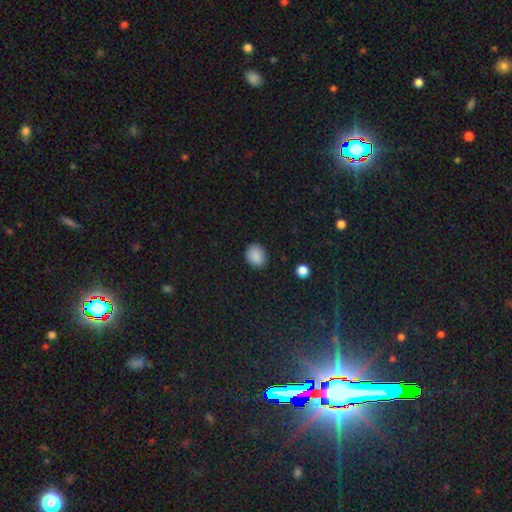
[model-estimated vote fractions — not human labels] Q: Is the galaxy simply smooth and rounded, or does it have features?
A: smooth — 88%.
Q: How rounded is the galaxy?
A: round — 58%.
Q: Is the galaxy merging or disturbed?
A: none — 87%.